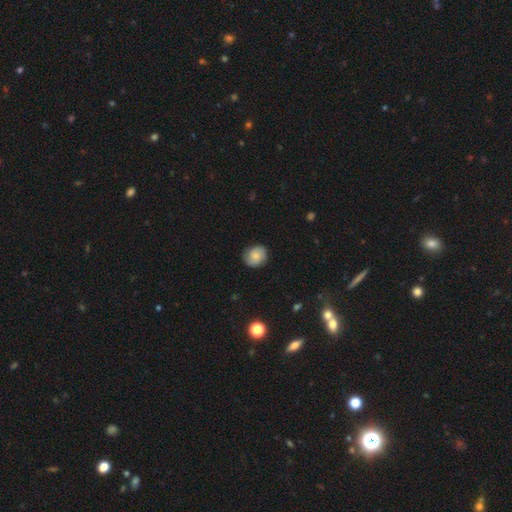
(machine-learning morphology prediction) A smooth galaxy with no disk features (62%) that is round (66%).

Vote fractions:
- Smooth or featured? smooth: 62% / featured or disk: 30% / star or artifact: 9%
- How rounded? round: 66% / in between: 33% / cigar-shaped: 1%
- Merging? none: 79% / minor disturbance: 16% / major disturbance: 4% / merger: 1%